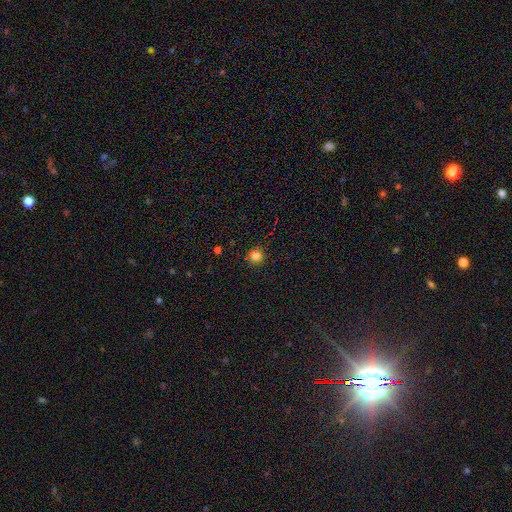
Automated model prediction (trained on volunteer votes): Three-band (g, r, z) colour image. It shows a smooth galaxy with no disk features (80%) that is round (92%). Merging: none (88%).